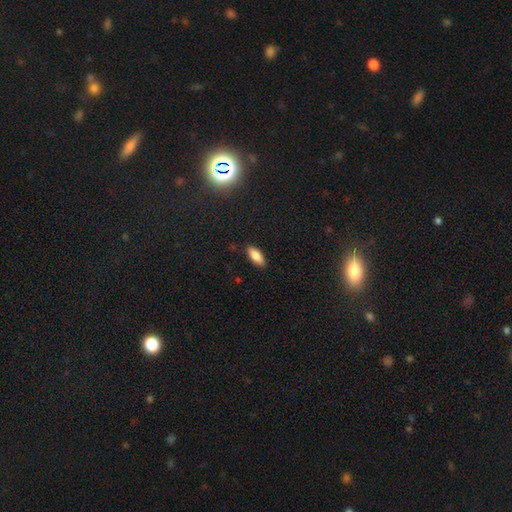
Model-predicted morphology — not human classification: Smooth or featured?
  - smooth: 82% *
  - featured or disk: 11%
  - star or artifact: 7%
How rounded?
  - in between: 79% *
  - cigar-shaped: 19%
  - round: 2%
Merging?
  - none: 88% *
  - minor disturbance: 9%
  - major disturbance: 2%
  - merger: 1%